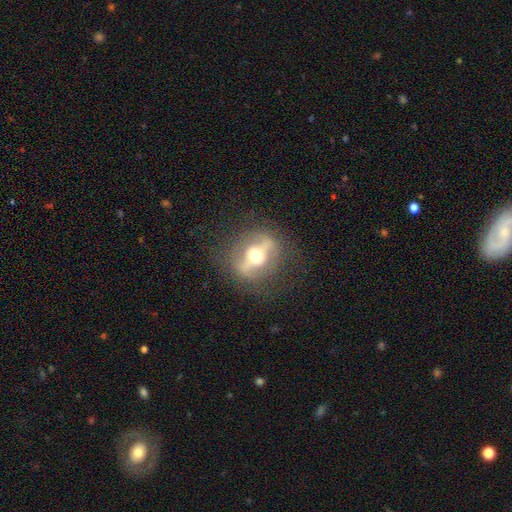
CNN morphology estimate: This appears to be a featured or disk galaxy (69%). Merging: none (78%).